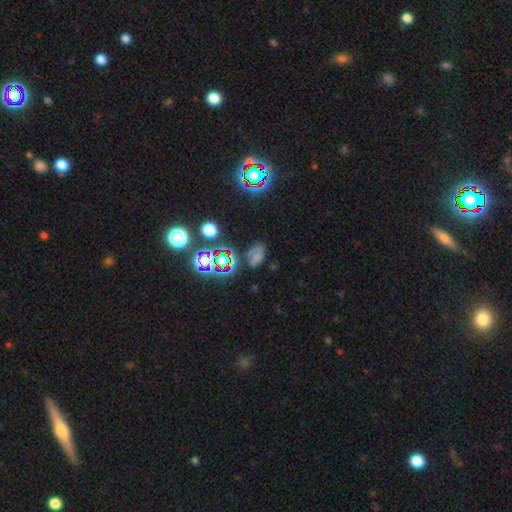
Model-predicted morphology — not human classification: This is marginally a smooth galaxy (44%). Merging: possibly none (52%).